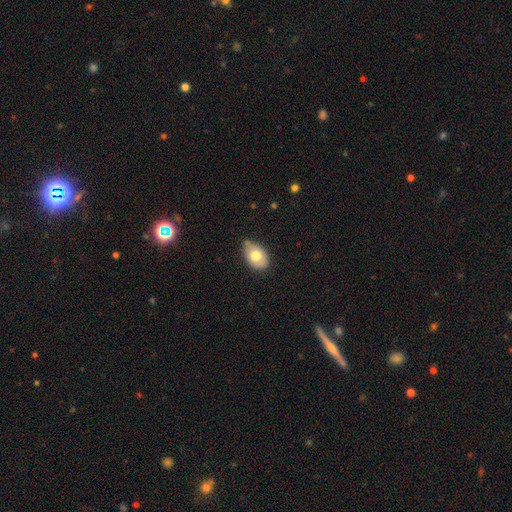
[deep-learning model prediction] smooth 71%, featured or disk 22%, star or artifact 7%. Down the decision tree: how rounded — in between (84%); merging — none (58%).